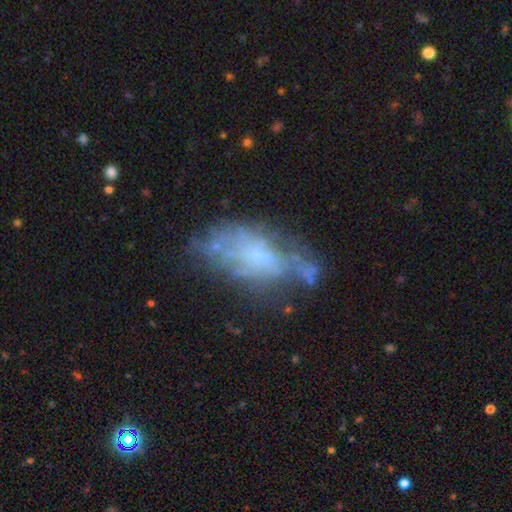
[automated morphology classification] This is possibly a featured or disk galaxy (57%). It is clearly not viewed edge-on (90%). Bar: clearly no (87%). Spiral arm pattern: likely no (78%). Central bulge: possibly small (46%). Merging: marginally none (40%).